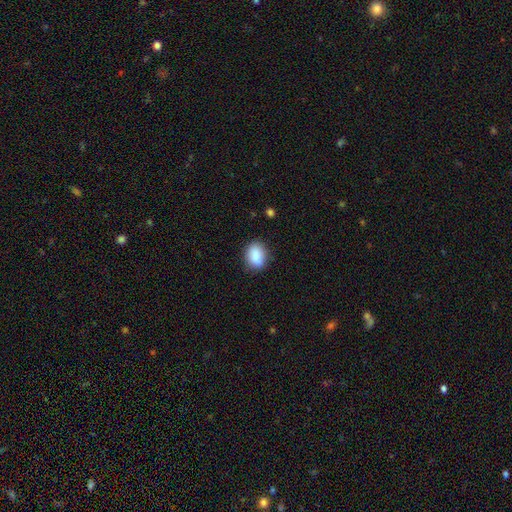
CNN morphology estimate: This appears to be a smooth galaxy with no disk features (87%) that is in between round and cigar-shaped (66%). Merging: none (82%).